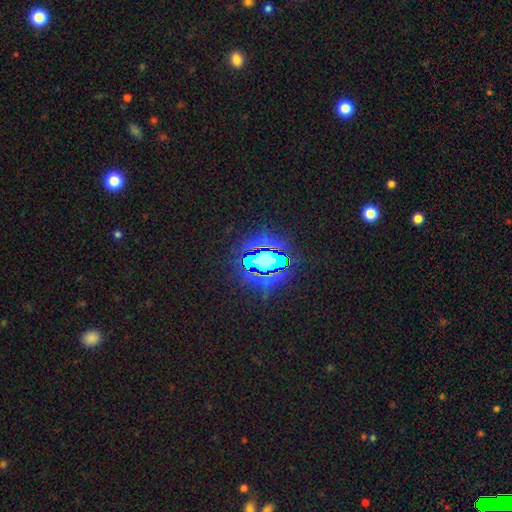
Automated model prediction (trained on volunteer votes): The model was most divided on "smooth or featured": star or artifact: 63%, smooth: 20%, featured or disk: 17%.